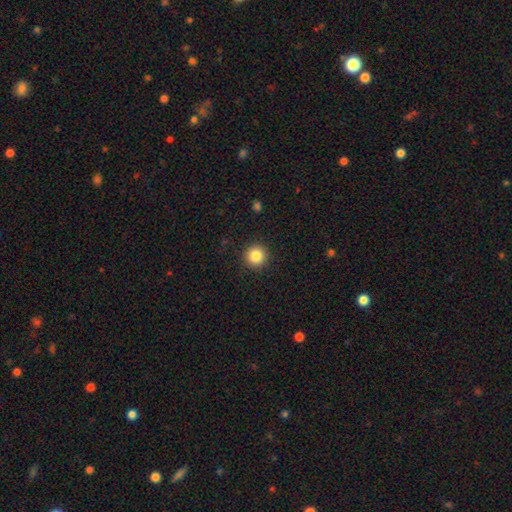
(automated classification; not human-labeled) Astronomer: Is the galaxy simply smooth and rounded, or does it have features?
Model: smooth — 85%.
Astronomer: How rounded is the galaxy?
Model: round — 95%.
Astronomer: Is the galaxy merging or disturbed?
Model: none — 92%.